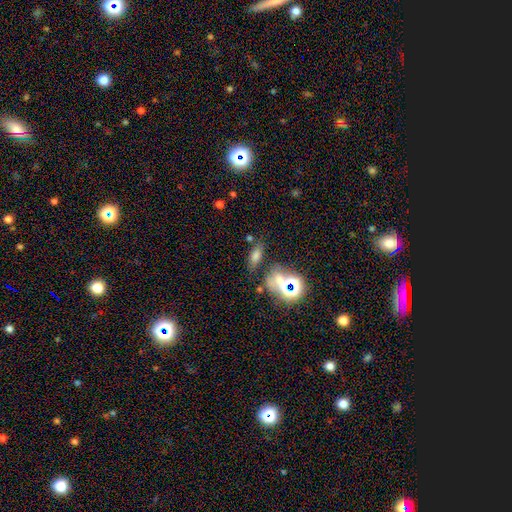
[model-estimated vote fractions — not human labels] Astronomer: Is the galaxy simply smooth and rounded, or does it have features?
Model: smooth — 65%.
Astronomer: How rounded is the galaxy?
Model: in between — 74%.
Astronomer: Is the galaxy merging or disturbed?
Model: none — 67%.